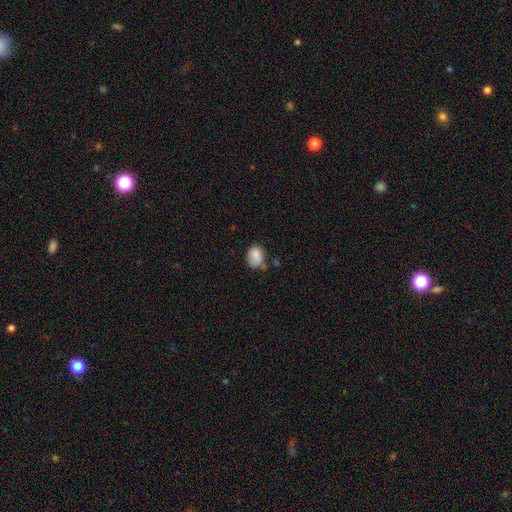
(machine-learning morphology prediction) Smooth or featured?
  - smooth: 84% *
  - star or artifact: 8%
  - featured or disk: 8%
How rounded?
  - in between: 64% *
  - round: 35%
  - cigar-shaped: 1%
Merging?
  - none: 52% *
  - minor disturbance: 30%
  - merger: 9%
  - major disturbance: 8%